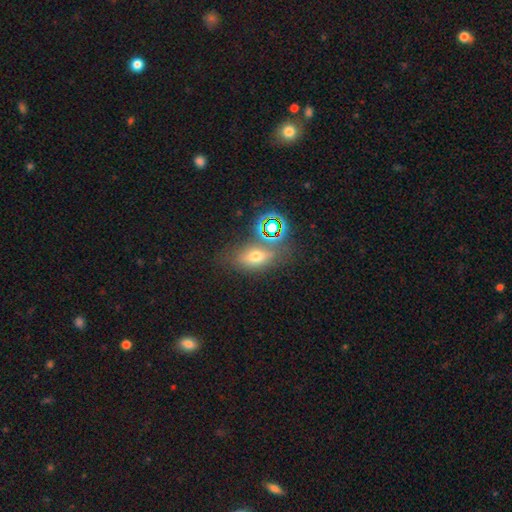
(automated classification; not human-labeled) Morphology: type=smooth (55%); roundness=in between (74%); merging=none (67%).